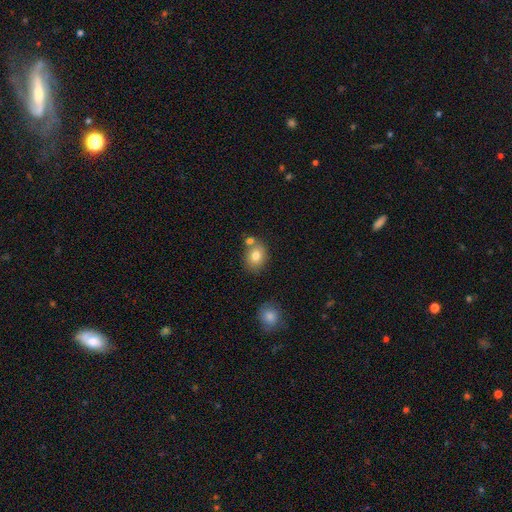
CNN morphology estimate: The model was most divided on "how rounded" (2-way tie): round: 50%, in between: 50%, cigar-shaped: 1%. More confident: smooth or featured — smooth (78%); merging — none (62%).